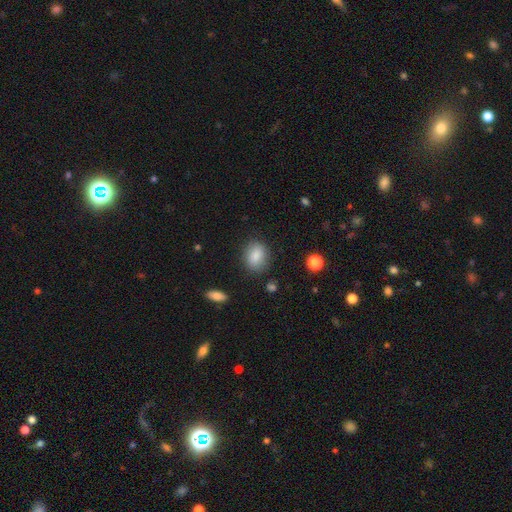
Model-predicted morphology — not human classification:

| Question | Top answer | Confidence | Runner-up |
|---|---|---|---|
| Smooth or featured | smooth | 86% | star or artifact (8%) |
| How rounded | in between | 56% | round (42%) |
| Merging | none | 83% | minor disturbance (12%) |